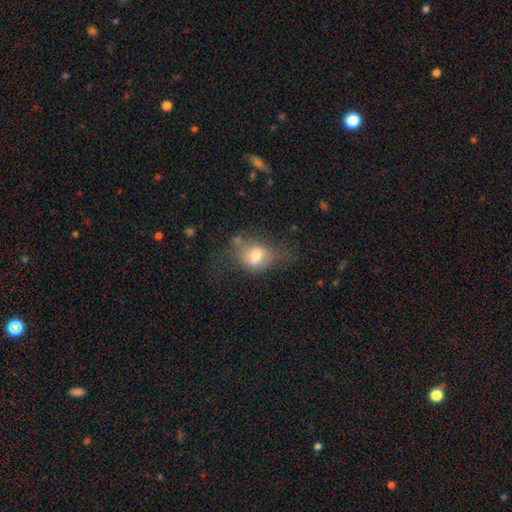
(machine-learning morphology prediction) Smooth or featured: smooth — 62% (featured or disk — 28%)
How rounded: in between — 70% (round — 27%)
Merging: major disturbance — 34% (tied with none — 34%)